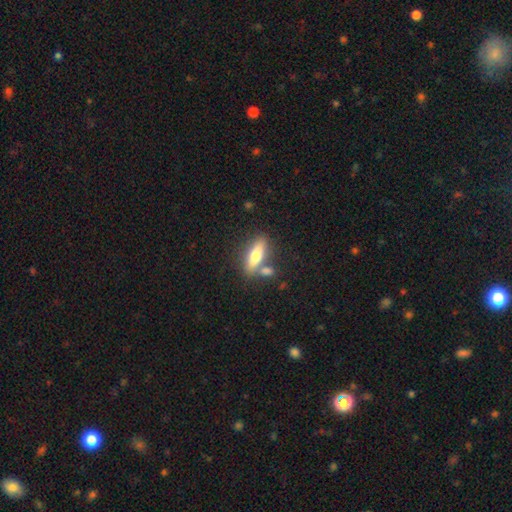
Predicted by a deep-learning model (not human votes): Morphology: type=smooth (61%); roundness=in between (49%); merging=none (64%).